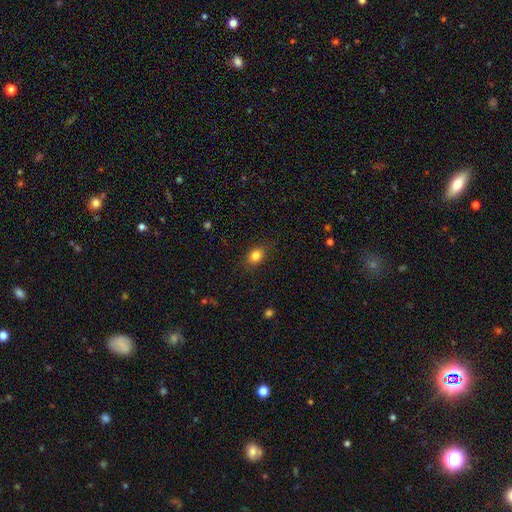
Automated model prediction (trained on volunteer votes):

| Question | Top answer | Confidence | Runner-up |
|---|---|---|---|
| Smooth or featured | smooth | 83% | star or artifact (10%) |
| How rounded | in between | 63% | round (36%) |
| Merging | none | 85% | minor disturbance (11%) |